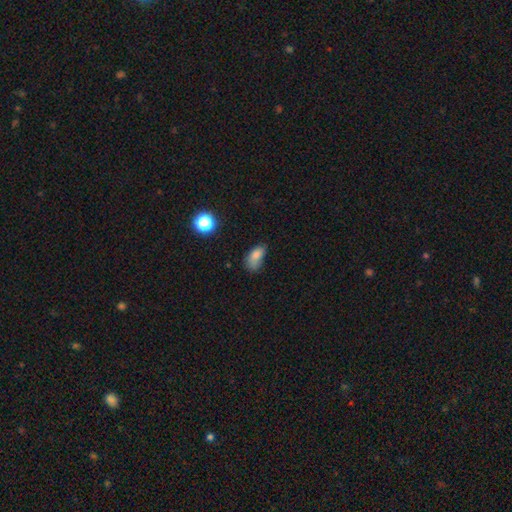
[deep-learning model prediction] A smooth galaxy with no disk features (79%) that is in between round and cigar-shaped (87%).

Vote fractions:
- Smooth or featured? smooth: 79% / star or artifact: 12% / featured or disk: 10%
- How rounded? in between: 87% / round: 8% / cigar-shaped: 4%
- Merging? none: 40% / minor disturbance: 38% / major disturbance: 17% / merger: 4%